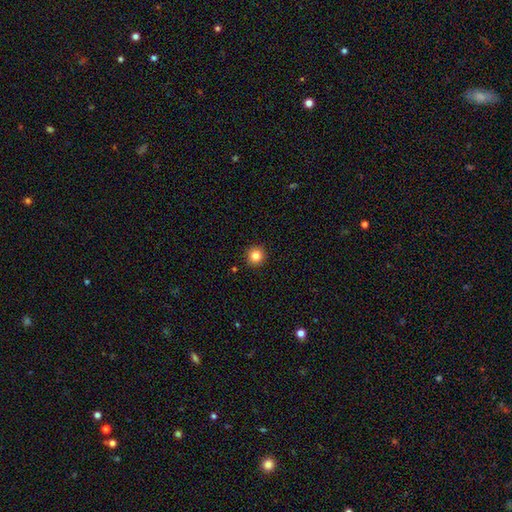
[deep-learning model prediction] This is clearly a smooth galaxy (83%). How rounded: clearly round (94%). Merging: clearly none (92%).